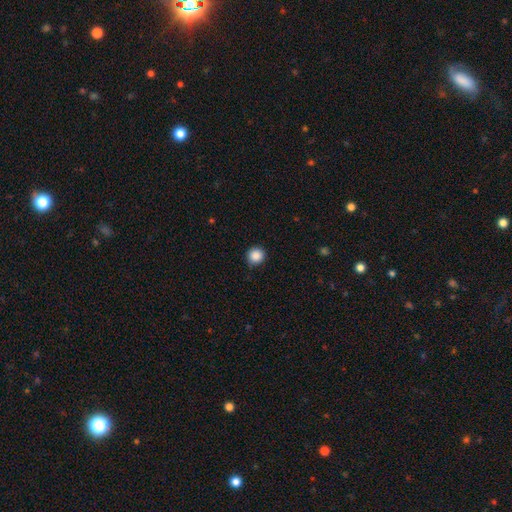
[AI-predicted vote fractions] smooth-or-featured: smooth: 87% | star or artifact: 10% | featured or disk: 3%
  how-rounded: round: 94% | in between: 5% | cigar-shaped: 1%
  merging: none: 88% | minor disturbance: 9% | major disturbance: 2% | merger: 1%